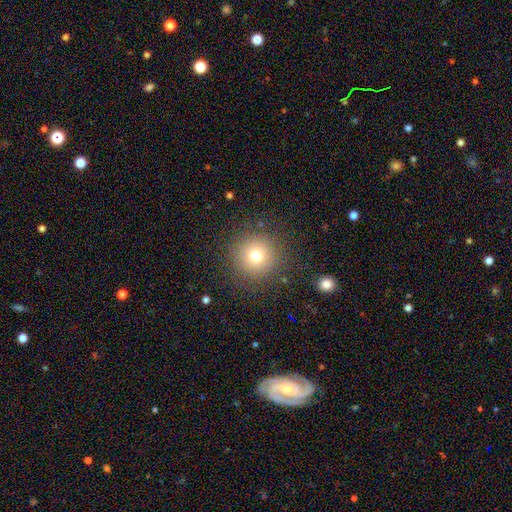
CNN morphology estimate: A smooth galaxy with no disk features (74%) that is round (95%). Merging: none (87%).